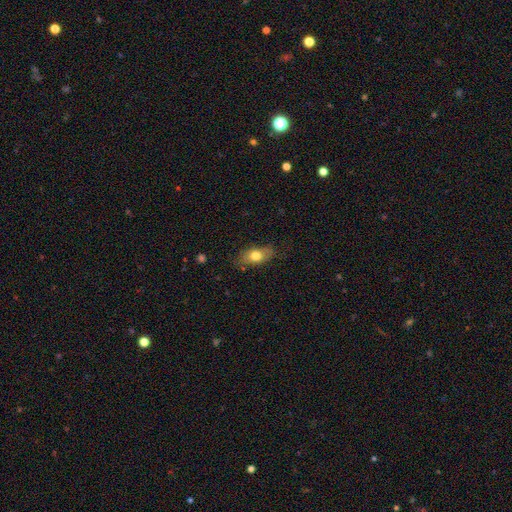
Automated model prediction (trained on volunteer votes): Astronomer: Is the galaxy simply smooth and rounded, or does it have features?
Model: smooth — 72%.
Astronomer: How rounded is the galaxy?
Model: in between — 81%.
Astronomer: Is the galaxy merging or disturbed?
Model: none — 77%.